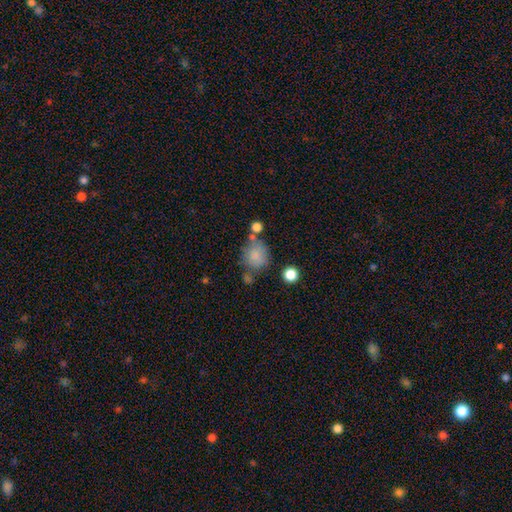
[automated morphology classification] Q: Smooth or featured?
A: smooth (81%); runner-up: star or artifact (10%)
Q: How rounded?
A: round (78%); runner-up: in between (21%)
Q: Merging?
A: none (58%); runner-up: minor disturbance (18%)